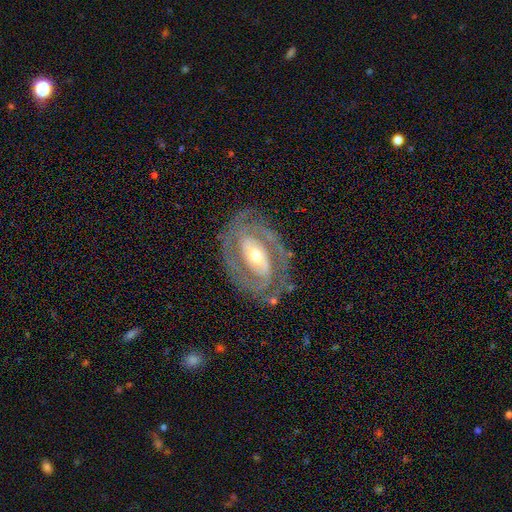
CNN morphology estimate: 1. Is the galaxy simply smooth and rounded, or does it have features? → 87% featured or disk, 8% smooth, 5% star or artifact.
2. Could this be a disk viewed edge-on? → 95% no, 5% yes.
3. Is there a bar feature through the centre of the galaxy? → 42% strong, 31% weak, 27% no.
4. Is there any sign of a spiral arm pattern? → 91% yes, 9% no.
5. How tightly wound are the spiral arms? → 63% tight, 30% medium, 7% loose.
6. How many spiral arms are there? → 74% 2, 11% can't tell, 7% 3, 4% 1, 2% 4, 2% more than 4.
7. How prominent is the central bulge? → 51% moderate, 44% small, 4% large, 1% dominant, 1% none.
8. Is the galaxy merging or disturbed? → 79% none, 14% minor disturbance, 6% major disturbance, 1% merger.